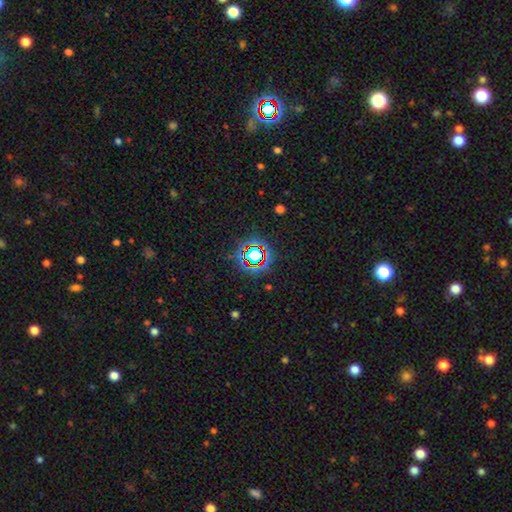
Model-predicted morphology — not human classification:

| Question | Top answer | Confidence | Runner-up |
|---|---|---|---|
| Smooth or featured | star or artifact | 68% | smooth (21%) |